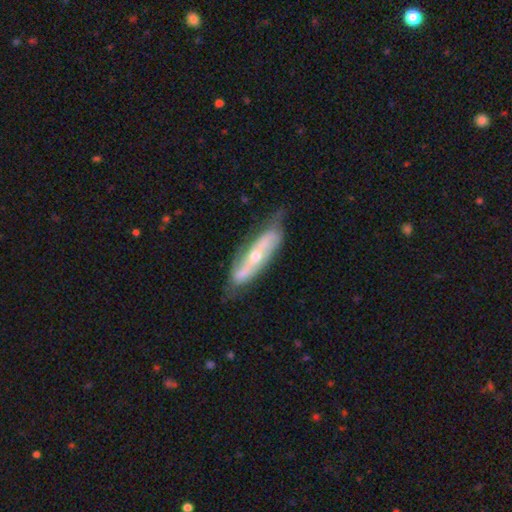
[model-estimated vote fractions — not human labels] Smooth or featured? featured or disk (74%)
Edge-on disk? no (75%)
Bar? no (46%)
Spiral arms? yes (79%)
Bulge size? moderate (57%)
Merging? none (63%)